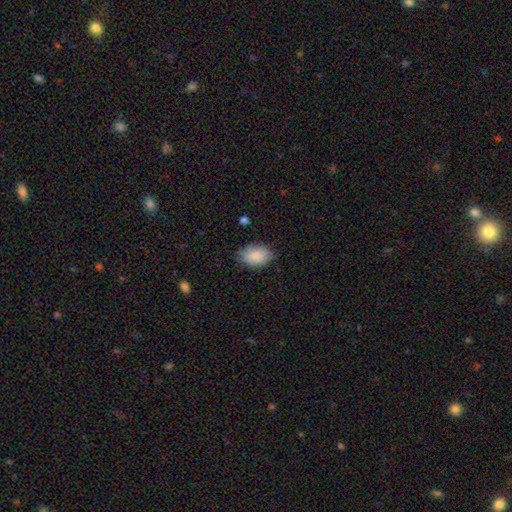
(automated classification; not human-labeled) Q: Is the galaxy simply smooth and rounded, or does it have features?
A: smooth — 88%.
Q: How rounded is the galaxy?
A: in between — 89%.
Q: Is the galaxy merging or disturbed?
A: none — 76%.